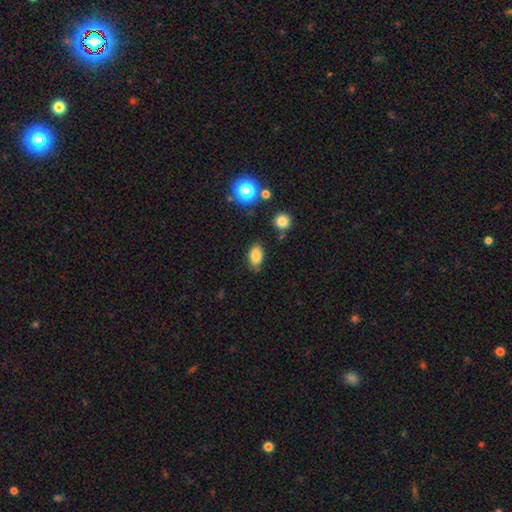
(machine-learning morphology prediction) smooth 83%, star or artifact 11%, featured or disk 6%. Down the decision tree: how rounded — in between (87%); merging — none (77%).